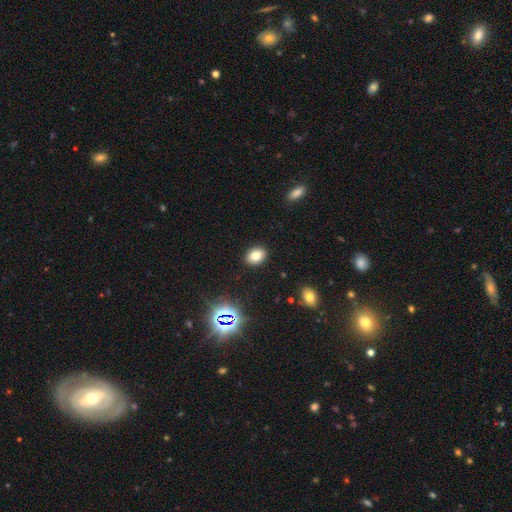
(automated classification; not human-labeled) Smooth or featured: smooth — 79% (star or artifact — 13%)
How rounded: in between — 71% (round — 28%)
Merging: none — 89% (minor disturbance — 7%)